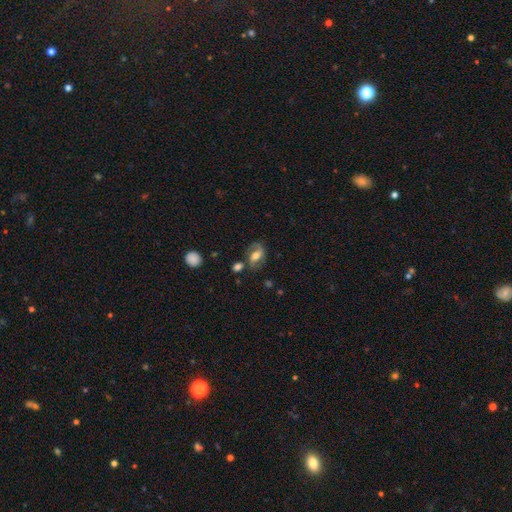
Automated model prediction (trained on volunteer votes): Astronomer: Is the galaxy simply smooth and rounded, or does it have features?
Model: featured or disk — 56% (runner-up: smooth, 36%).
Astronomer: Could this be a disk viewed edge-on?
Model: no — 94%.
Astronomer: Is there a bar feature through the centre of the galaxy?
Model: weak — 39% (runner-up: no, 31%).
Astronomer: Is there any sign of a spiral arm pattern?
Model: yes — 79%.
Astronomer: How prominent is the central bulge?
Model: moderate — 61%.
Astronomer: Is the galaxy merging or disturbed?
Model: none — 61%.